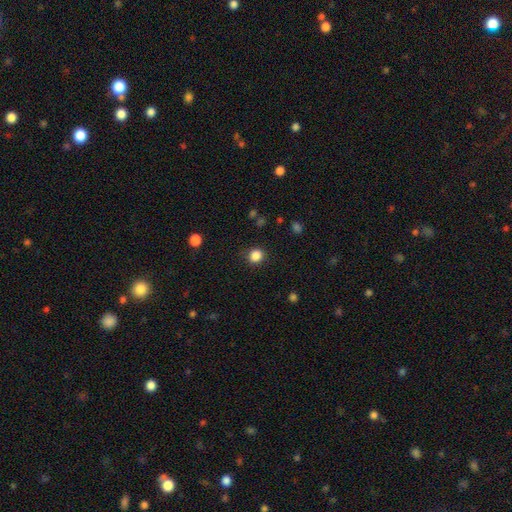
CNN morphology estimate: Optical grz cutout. It shows a smooth galaxy with no disk features (85%) that is round (84%). Merging: none (87%).